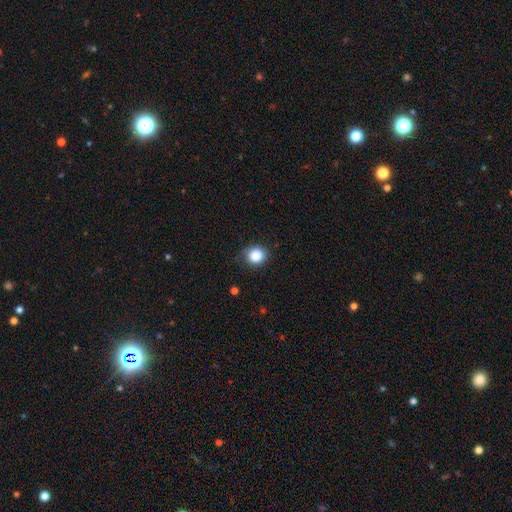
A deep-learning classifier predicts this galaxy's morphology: A smooth galaxy with no disk features (86%) that is round (77%). Merging: none (75%).